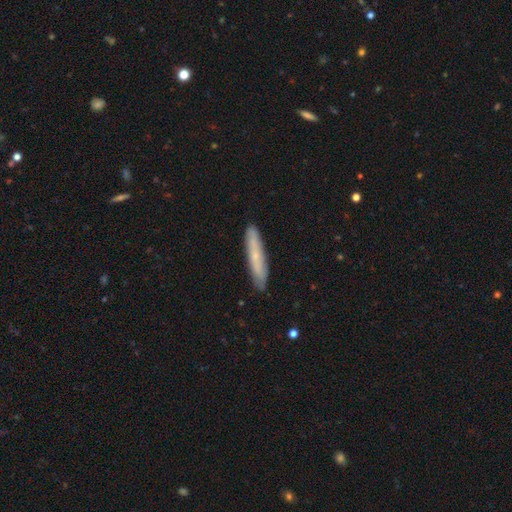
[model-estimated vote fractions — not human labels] Smooth or featured? Predicted: smooth (p=0.54). How rounded? Predicted: cigar-shaped (p=0.91). Merging? Predicted: none (p=0.88).